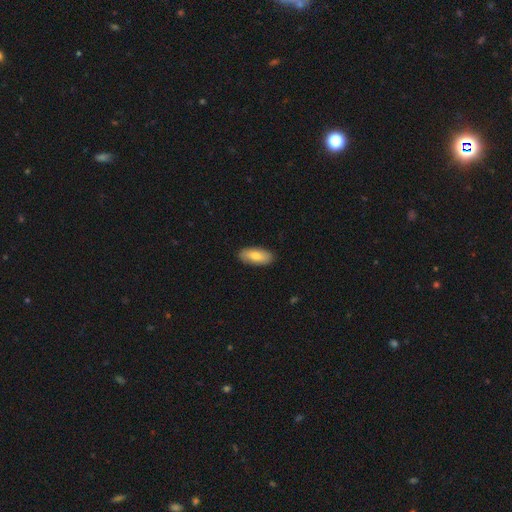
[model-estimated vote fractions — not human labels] Smooth or featured? smooth (76%)
How rounded? in between (86%)
Merging? none (89%)